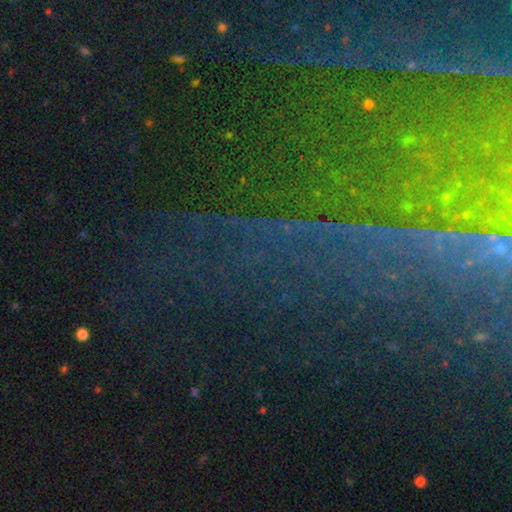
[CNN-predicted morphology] This is clearly a star or artifact rather than a galaxy (83%).